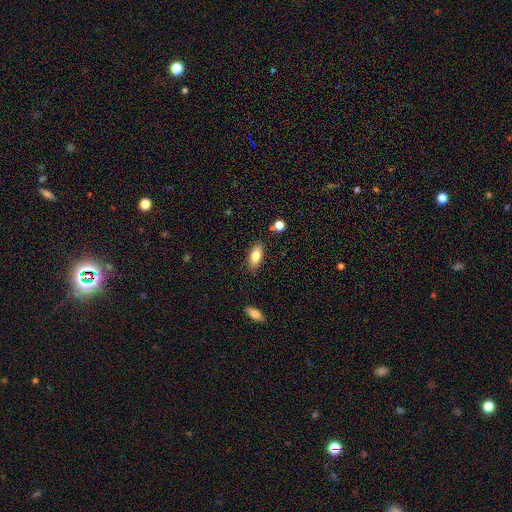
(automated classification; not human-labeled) Smooth or featured? smooth (81%)
How rounded? in between (82%)
Merging? none (84%)